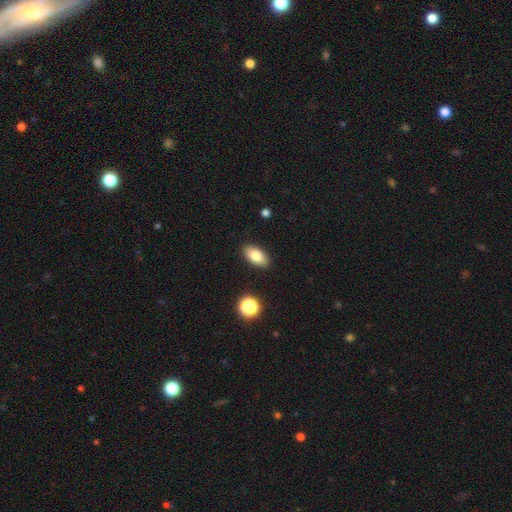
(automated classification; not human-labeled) smooth_or_featured: smooth (p=0.79) [alt: featured or disk p=0.13]
how_rounded: in between (p=0.91) [alt: round p=0.05]
merging: none (p=0.89) [alt: minor disturbance p=0.08]